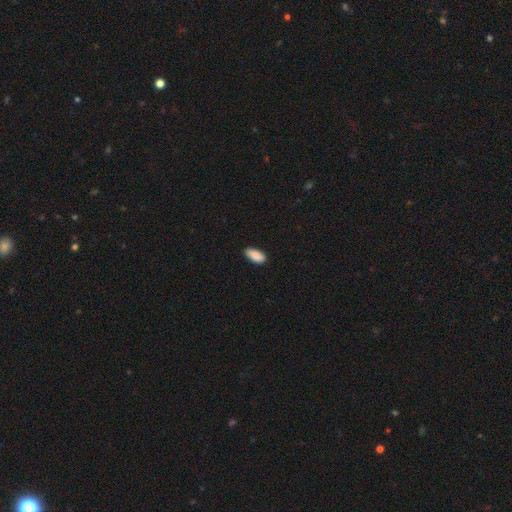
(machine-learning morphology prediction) Smooth or featured? smooth (89%)
How rounded? in between (91%)
Merging? none (84%)